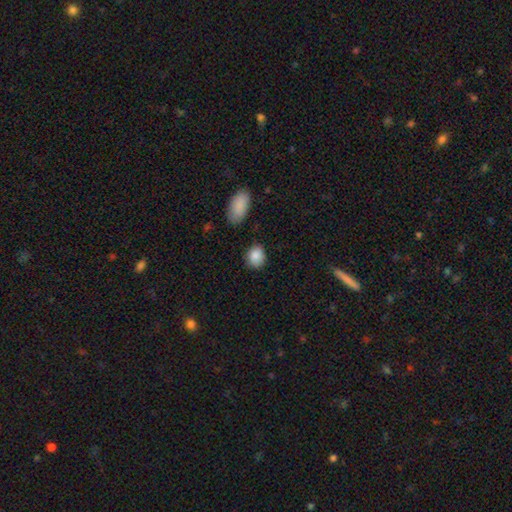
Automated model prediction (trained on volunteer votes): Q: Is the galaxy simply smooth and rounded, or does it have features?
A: smooth — 87%.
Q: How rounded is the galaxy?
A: round — 58%.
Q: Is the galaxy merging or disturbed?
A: none — 78%.